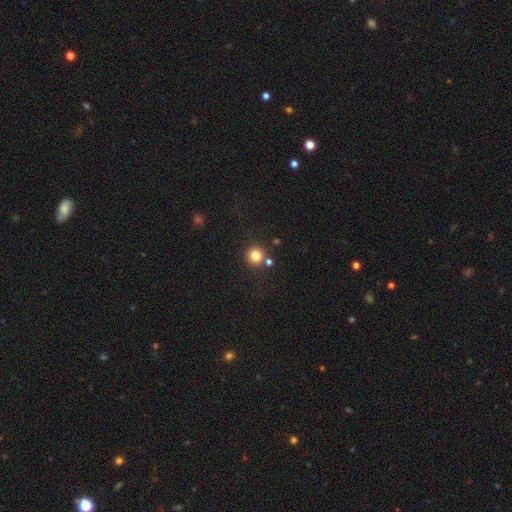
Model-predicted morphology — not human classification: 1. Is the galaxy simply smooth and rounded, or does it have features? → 82% smooth, 12% star or artifact, 6% featured or disk.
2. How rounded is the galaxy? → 94% round, 6% in between, 1% cigar-shaped.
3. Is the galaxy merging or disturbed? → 79% none, 10% merger, 8% minor disturbance, 3% major disturbance.